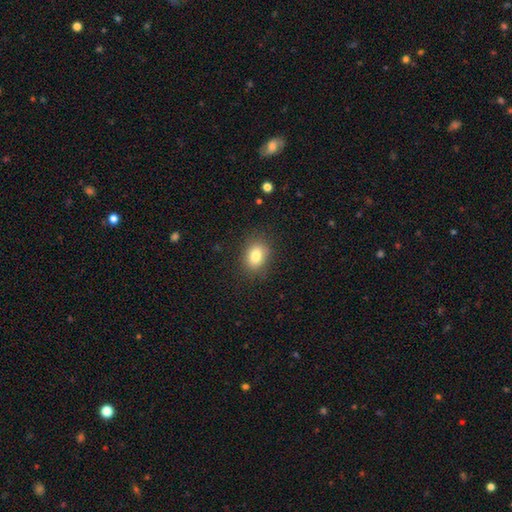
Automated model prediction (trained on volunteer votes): smooth_or_featured: smooth (p=0.82) [alt: star or artifact p=0.10]
how_rounded: in between (p=0.64) [alt: round p=0.35]
merging: none (p=0.83) [alt: minor disturbance p=0.12]